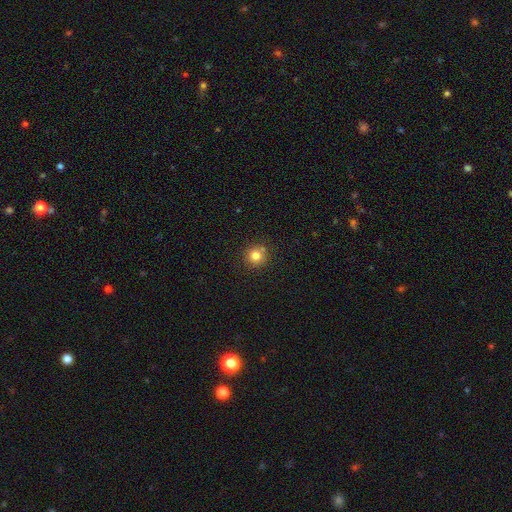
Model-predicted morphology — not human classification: The model was most divided on "smooth or featured": smooth: 80%, star or artifact: 13%, featured or disk: 7%. More confident: how rounded — round (93%); merging — none (79%).